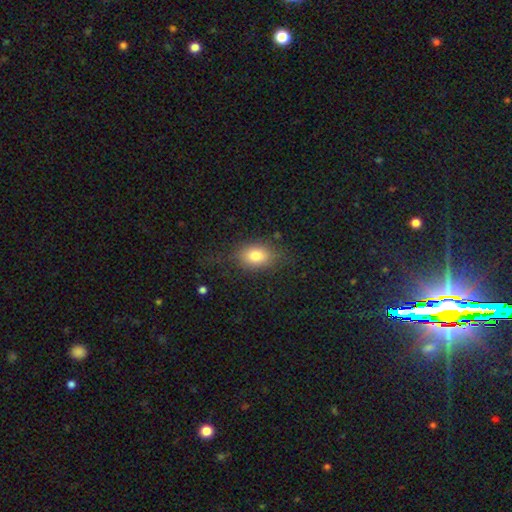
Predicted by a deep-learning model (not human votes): A smooth galaxy with no disk features (78%) that is in between round and cigar-shaped (69%). Merging: none (69%).